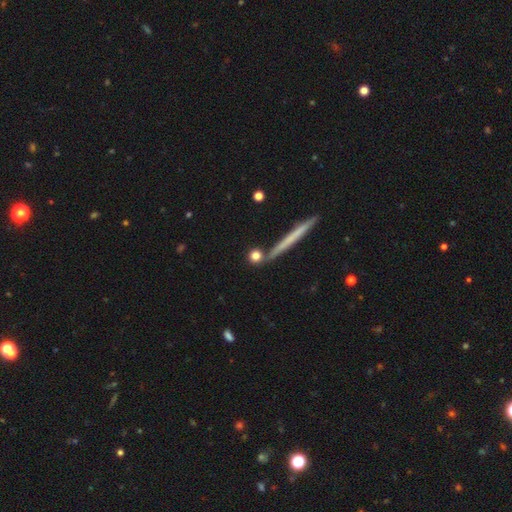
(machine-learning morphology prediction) Smooth or featured? smooth (77%)
How rounded? round (81%)
Merging? none (78%)